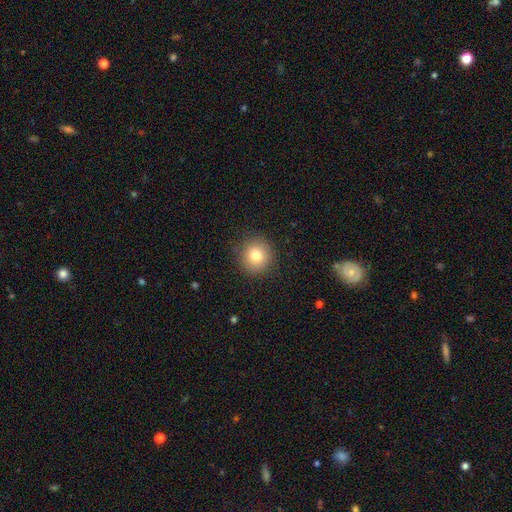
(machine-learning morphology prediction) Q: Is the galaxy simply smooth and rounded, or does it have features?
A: smooth — 79%.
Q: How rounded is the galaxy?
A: round — 92%.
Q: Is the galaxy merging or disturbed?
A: none — 90%.